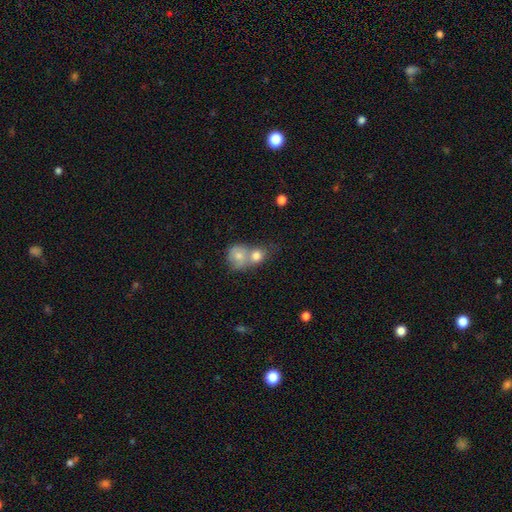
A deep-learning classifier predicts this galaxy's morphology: A smooth galaxy with no disk features (57%) that is round (59%). Merging: merger (56%).